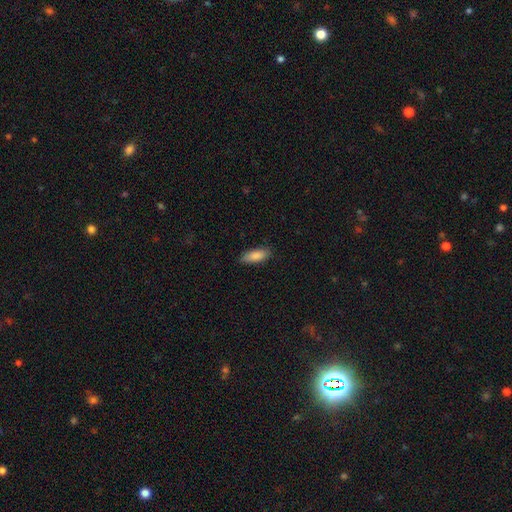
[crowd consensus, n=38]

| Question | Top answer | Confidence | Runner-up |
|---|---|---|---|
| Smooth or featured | smooth | 89% | featured or disk (8%) |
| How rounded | in between | 88% | cigar-shaped (12%) |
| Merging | none | 86% | minor disturbance (14%) |